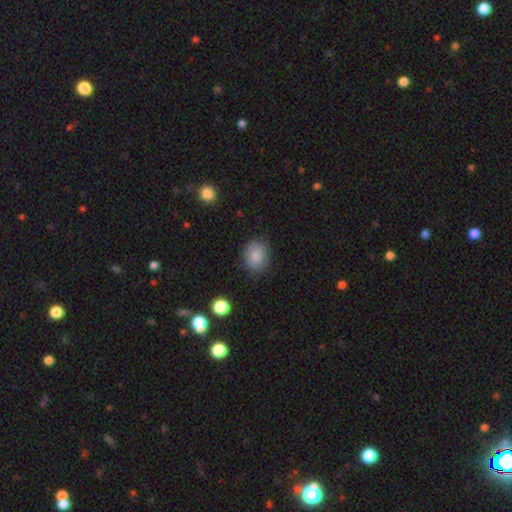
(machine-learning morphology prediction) Q: Smooth or featured?
A: smooth (86%); runner-up: star or artifact (9%)
Q: How rounded?
A: in between (51%); runner-up: round (48%)
Q: Merging?
A: none (79%); runner-up: minor disturbance (16%)